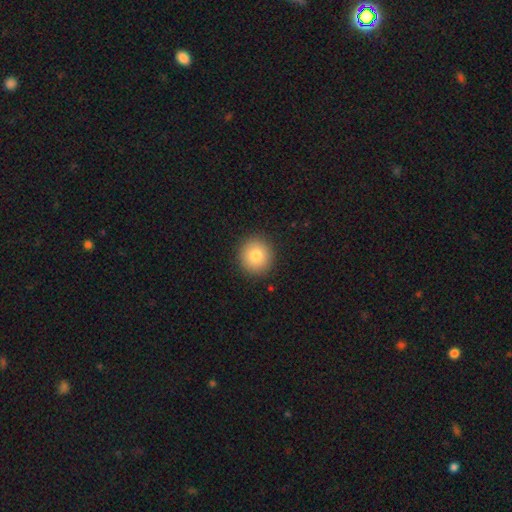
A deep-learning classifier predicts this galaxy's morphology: Overall: smooth (82%). How rounded: round (93%). Merging: none (91%).